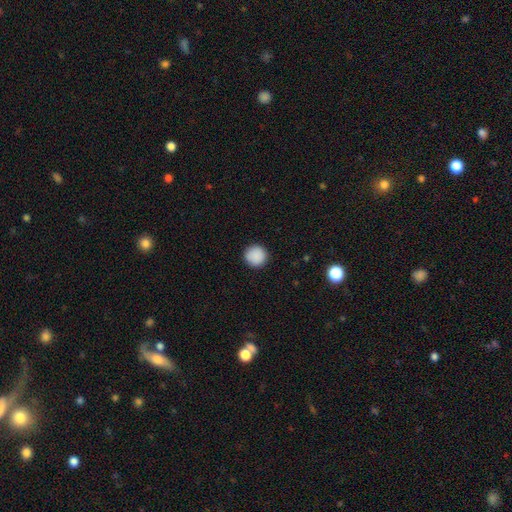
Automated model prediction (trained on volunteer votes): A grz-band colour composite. It shows a smooth galaxy with no disk features (90%) that is round (96%). Merging: none (92%).